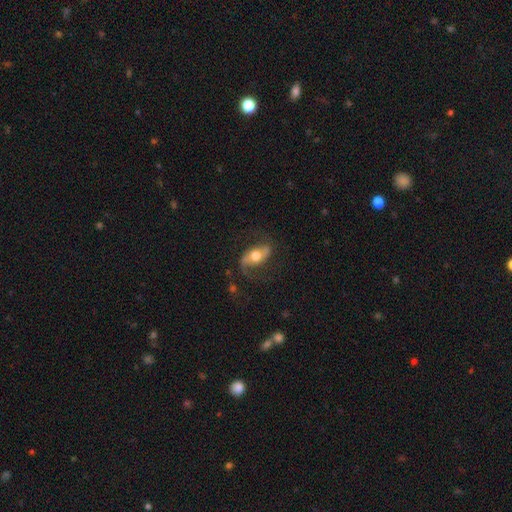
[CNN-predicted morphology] The model was most divided on "bar": no: 43%, weak: 30%, strong: 27%. More confident: edge-on disk — no (89%); spiral arms — yes (85%); merging — none (66%); smooth or featured — featured or disk (66%); bulge size — moderate (64%).